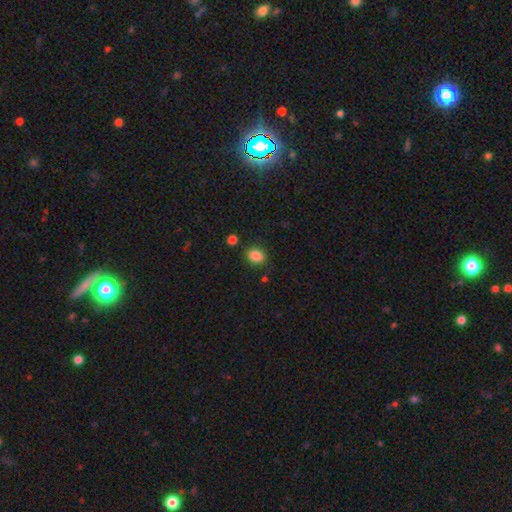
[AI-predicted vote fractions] Q: Smooth or featured?
A: smooth (86%); runner-up: star or artifact (10%)
Q: How rounded?
A: in between (52%); runner-up: round (47%)
Q: Merging?
A: none (84%); runner-up: minor disturbance (10%)